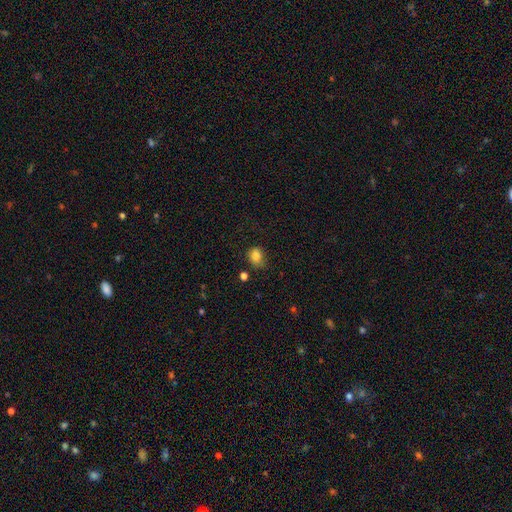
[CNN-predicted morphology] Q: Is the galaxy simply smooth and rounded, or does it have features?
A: smooth — 82%.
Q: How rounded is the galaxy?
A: round — 52%.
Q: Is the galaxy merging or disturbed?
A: none — 62%.